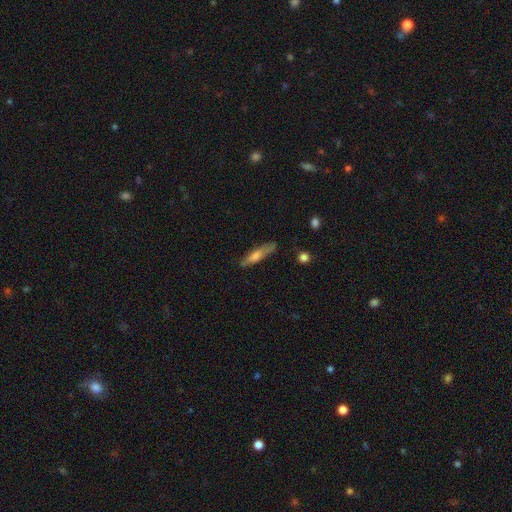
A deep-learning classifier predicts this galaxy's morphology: smooth_or_featured: smooth (p=0.56) [alt: featured or disk p=0.37]
how_rounded: cigar-shaped (p=0.79) [alt: in between p=0.19]
merging: none (p=0.76) [alt: minor disturbance p=0.17]